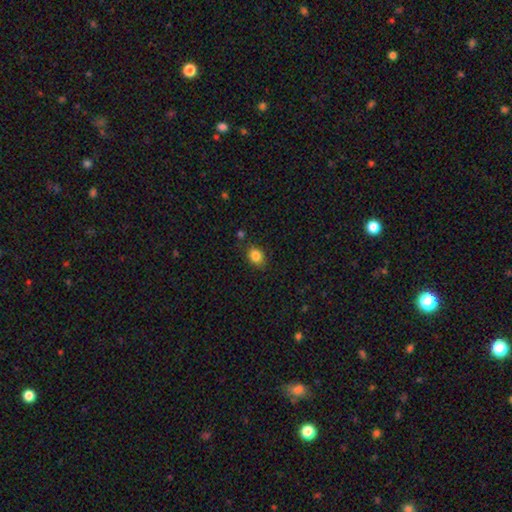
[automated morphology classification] The model was most divided on "how rounded": in between: 59%, round: 40%, cigar-shaped: 1%. More confident: smooth or featured — smooth (85%); merging — none (80%).